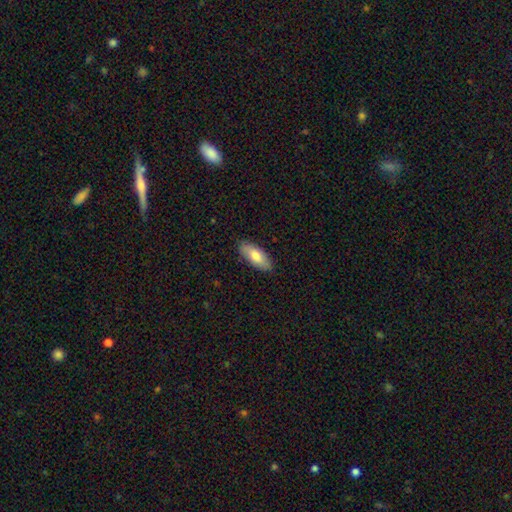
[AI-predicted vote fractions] Q: Smooth or featured?
A: smooth (77%); runner-up: featured or disk (17%)
Q: How rounded?
A: in between (81%); runner-up: cigar-shaped (17%)
Q: Merging?
A: none (87%); runner-up: minor disturbance (10%)